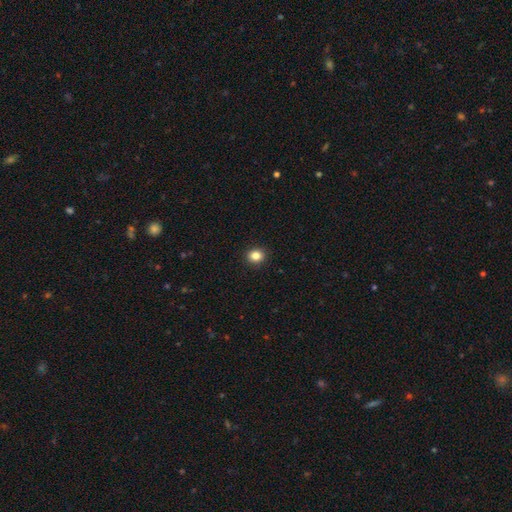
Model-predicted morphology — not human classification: smooth-or-featured: smooth: 85% | star or artifact: 10% | featured or disk: 4%
  how-rounded: round: 71% | in between: 28% | cigar-shaped: 1%
  merging: none: 92% | minor disturbance: 6% | major disturbance: 2% | merger: 1%